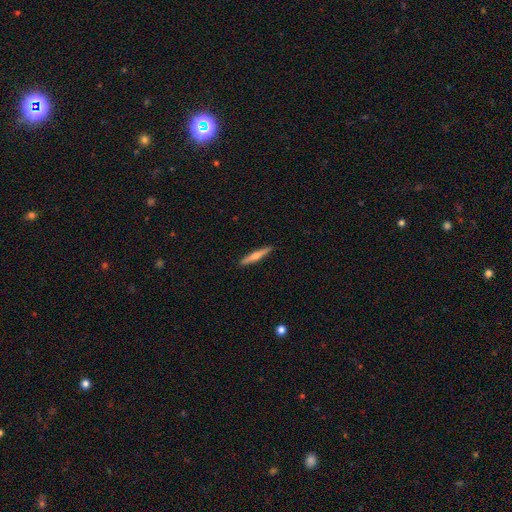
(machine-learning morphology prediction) Overall: smooth (50%; featured or disk 45%). Merging: none (92%).